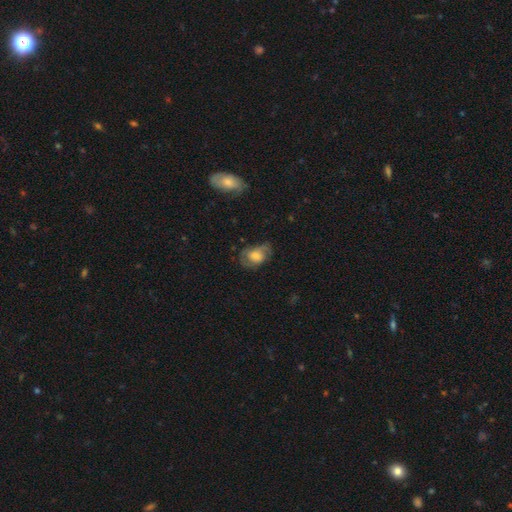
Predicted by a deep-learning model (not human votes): Overall: smooth (47%; featured or disk 44%). Merging: none (52%; minor disturbance 27%).